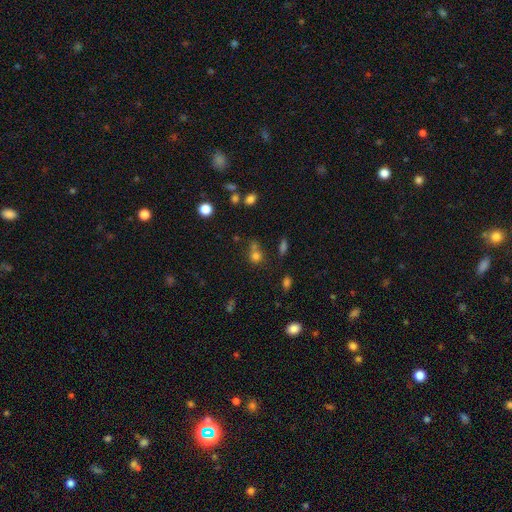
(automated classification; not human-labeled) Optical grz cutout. It shows a smooth galaxy with no disk features (73%) that is round (79%). Merging: none (49%).